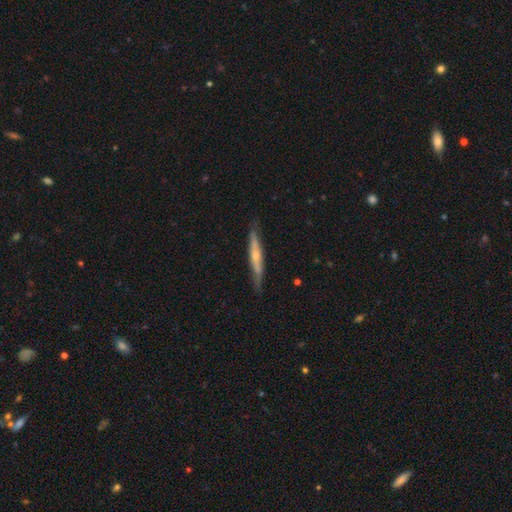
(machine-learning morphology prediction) The model was most divided on "smooth or featured": featured or disk: 63%, smooth: 32%, star or artifact: 6%. More confident: edge-on disk — yes (91%); merging — none (81%); edge-on bulge — rounded (73%).